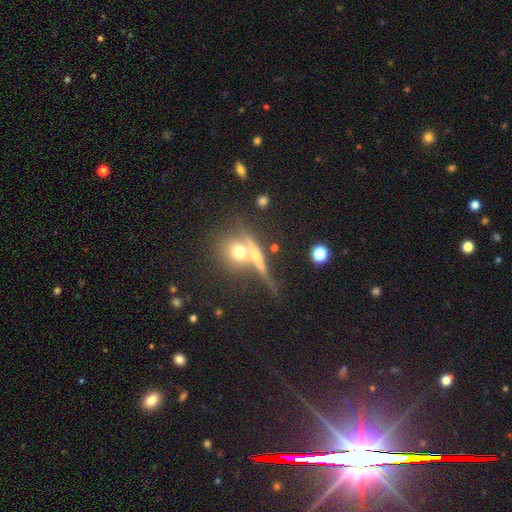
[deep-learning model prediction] This appears to be a featured or disk galaxy (47%). Merging: none (54%).